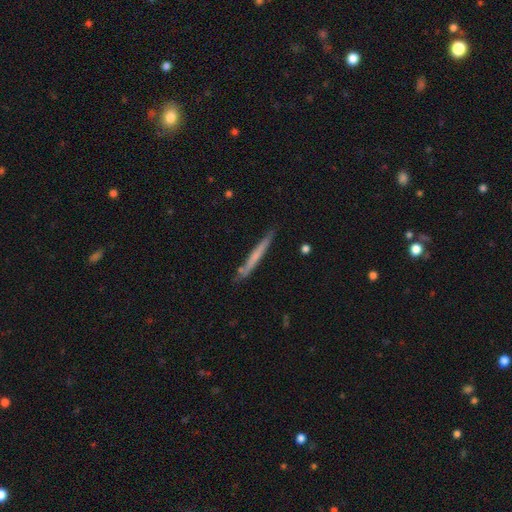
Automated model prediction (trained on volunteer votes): smooth 55%, featured or disk 39%, star or artifact 6%. Down the decision tree: how rounded — cigar-shaped (96%); merging — none (83%).